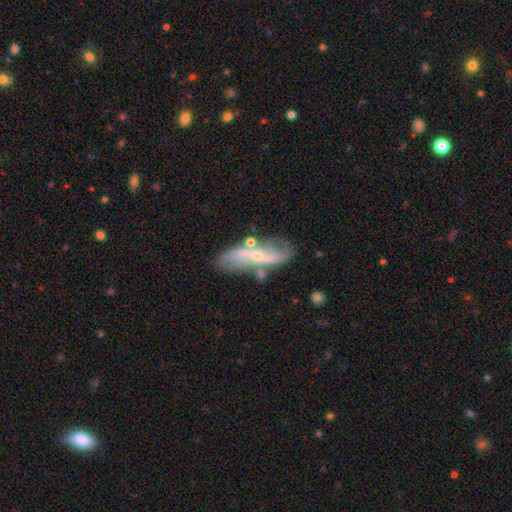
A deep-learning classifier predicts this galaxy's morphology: Overall: featured or disk (67%). Edge-on disk: no (73%). Merging: none (60%; minor disturbance 21%).